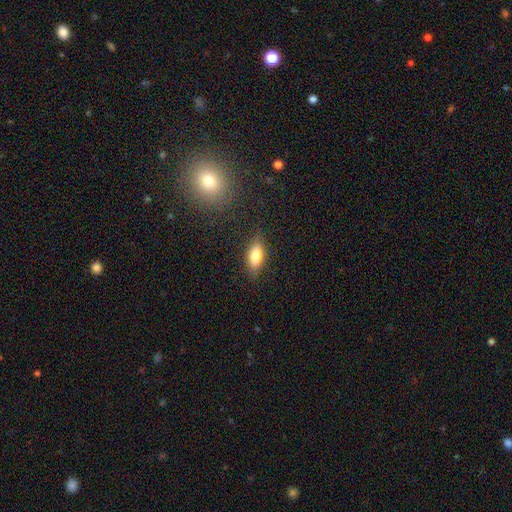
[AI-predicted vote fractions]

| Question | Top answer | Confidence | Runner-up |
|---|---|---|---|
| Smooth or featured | smooth | 78% | featured or disk (15%) |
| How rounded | in between | 76% | cigar-shaped (21%) |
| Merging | none | 83% | minor disturbance (13%) |